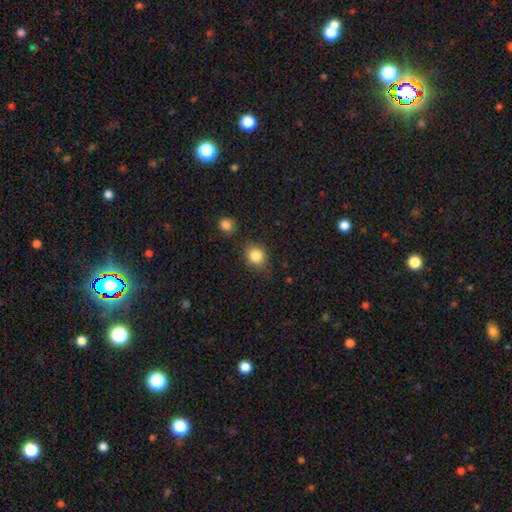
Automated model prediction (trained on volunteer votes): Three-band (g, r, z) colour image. It shows a smooth galaxy with no disk features (84%) that is round (65%). Merging: none (74%).